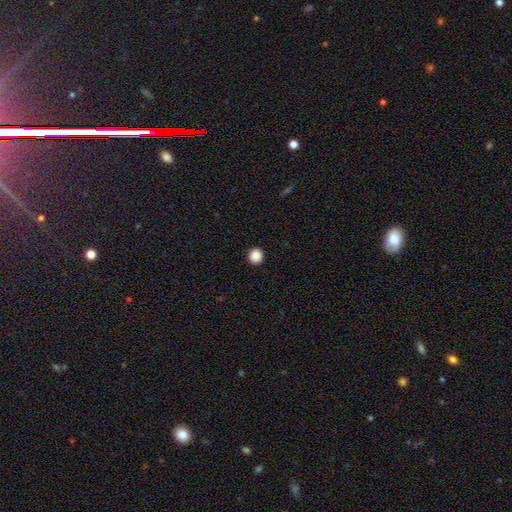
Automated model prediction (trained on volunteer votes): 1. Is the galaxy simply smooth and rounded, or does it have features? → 89% smooth, 9% star or artifact, 2% featured or disk.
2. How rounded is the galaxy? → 93% round, 6% in between, 1% cigar-shaped.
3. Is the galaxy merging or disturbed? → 94% none, 4% minor disturbance, 1% major disturbance, 1% merger.